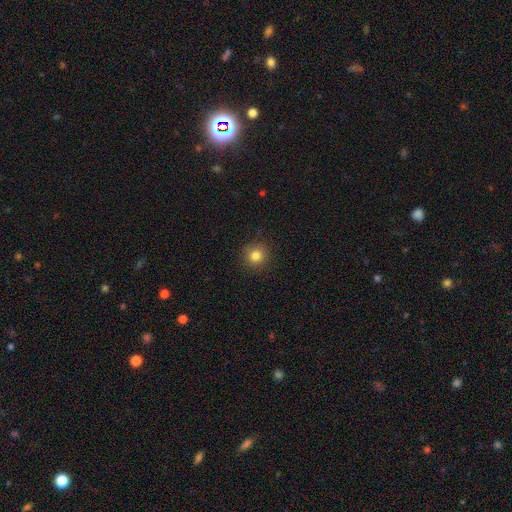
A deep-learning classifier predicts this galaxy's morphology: The model was most divided on "smooth or featured": smooth: 82%, star or artifact: 12%, featured or disk: 6%. More confident: how rounded — round (92%); merging — none (90%).